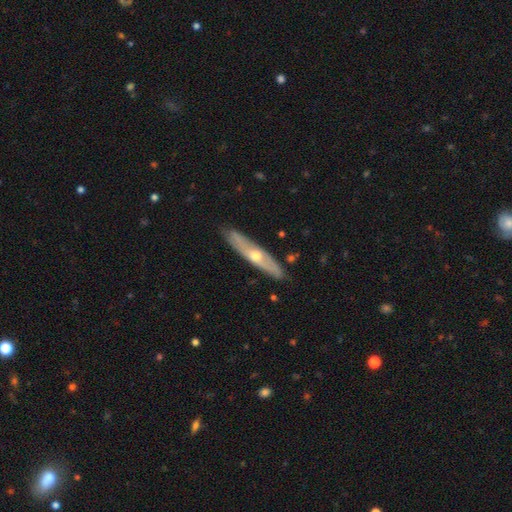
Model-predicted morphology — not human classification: Smooth or featured: featured or disk — 59% (smooth — 36%)
Edge-on disk: yes — 73% (no — 27%)
Merging: none — 84% (minor disturbance — 12%)